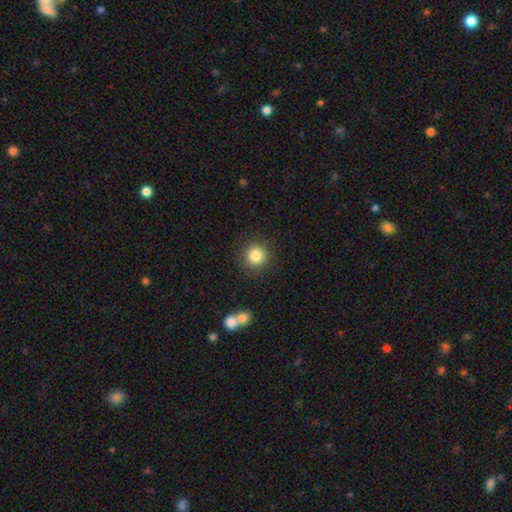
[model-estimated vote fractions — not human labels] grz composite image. It shows a smooth galaxy with no disk features (84%) that is round (94%). Merging: none (88%).